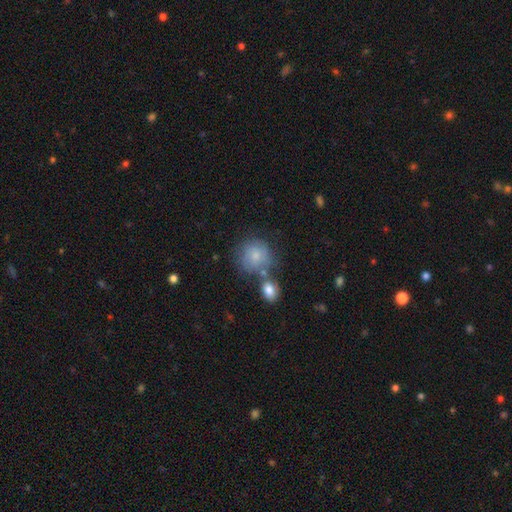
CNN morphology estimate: A smooth galaxy with no disk features (74%) that is round (85%). Merging: none (54%).